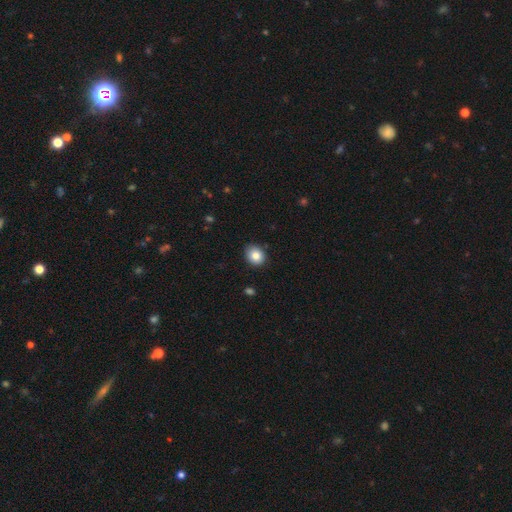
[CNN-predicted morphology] Smooth or featured: smooth — 83% (star or artifact — 9%)
How rounded: round — 56% (in between — 43%)
Merging: none — 87% (minor disturbance — 10%)